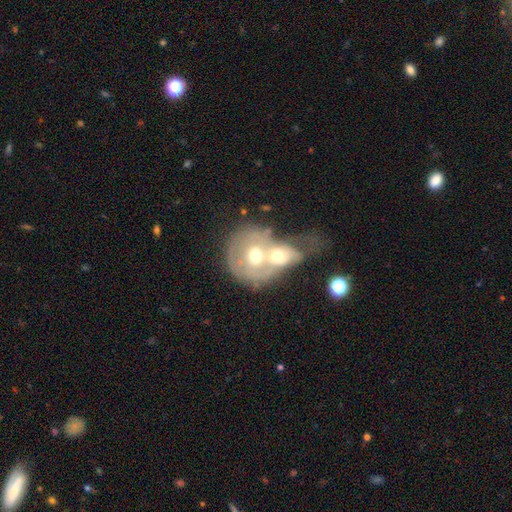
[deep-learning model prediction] A featured or disk galaxy (56%) with no bar (80%), no spiral arms (66%) and a moderate central bulge (72%). Merging: merger (78%).